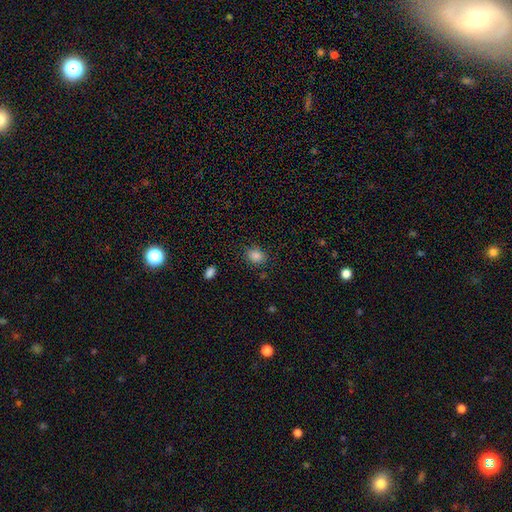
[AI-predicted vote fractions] Smooth or featured?
  - smooth: 85% *
  - star or artifact: 11%
  - featured or disk: 4%
How rounded?
  - round: 51% *
  - in between: 48%
  - cigar-shaped: 1%
Merging?
  - none: 84% *
  - minor disturbance: 11%
  - major disturbance: 3%
  - merger: 2%